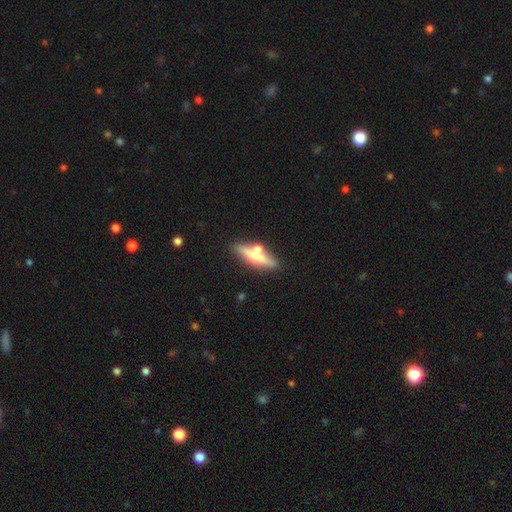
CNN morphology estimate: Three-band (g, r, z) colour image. It shows a featured or disk galaxy (55%) viewed edge-on (92%) with a rounded central bulge (84%). Merging: none (72%).